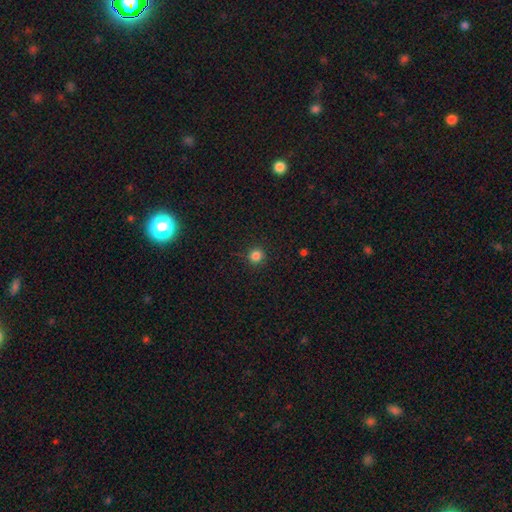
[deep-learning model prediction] A smooth galaxy with no disk features (83%) that is round (94%).

Vote fractions:
- Smooth or featured? smooth: 83% / star or artifact: 13% / featured or disk: 4%
- How rounded? round: 94% / in between: 5% / cigar-shaped: 1%
- Merging? none: 90% / minor disturbance: 7% / major disturbance: 2% / merger: 1%